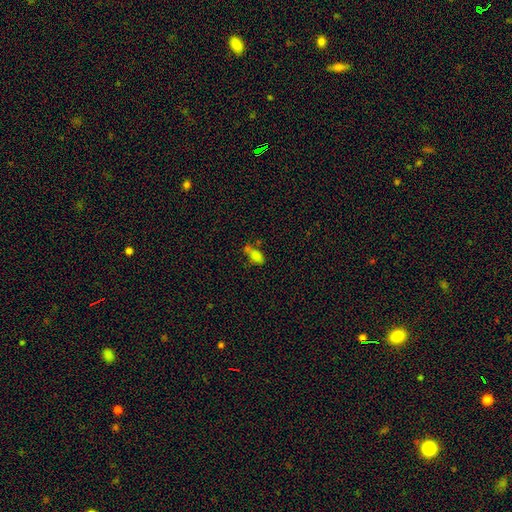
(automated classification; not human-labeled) Q: Smooth or featured?
A: smooth (75%); runner-up: star or artifact (14%)
Q: How rounded?
A: in between (85%); runner-up: cigar-shaped (8%)
Q: Merging?
A: merger (37%); runner-up: none (34%)